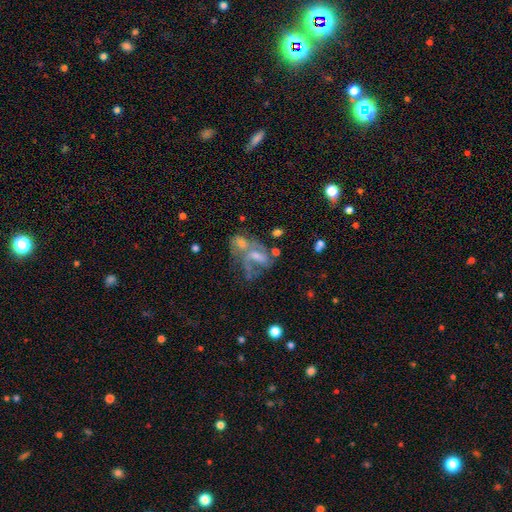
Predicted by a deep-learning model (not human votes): Smooth or featured? Predicted: featured or disk (p=0.66). Edge-on disk? Predicted: no (p=0.96). Bar? Predicted: no (p=0.47). Spiral arms? Predicted: yes (p=0.64). Bulge size? Predicted: small (p=0.39). Merging? Predicted: merger (p=0.45).